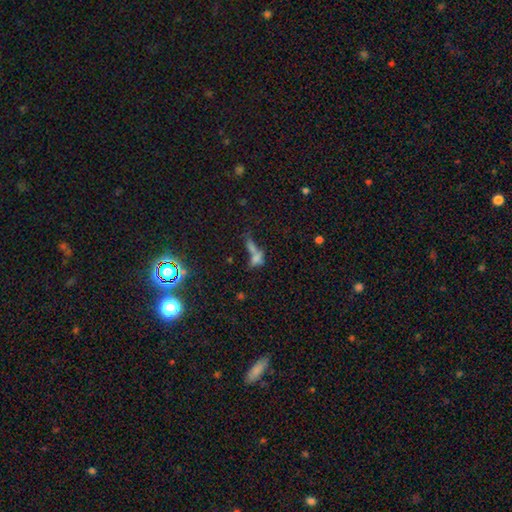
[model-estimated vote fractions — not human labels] Smooth or featured?
  - smooth: 60% *
  - featured or disk: 20%
  - star or artifact: 19%
How rounded?
  - in between: 67% *
  - cigar-shaped: 19%
  - round: 13%
Merging?
  - merger: 58% *
  - none: 22%
  - major disturbance: 10%
  - minor disturbance: 9%